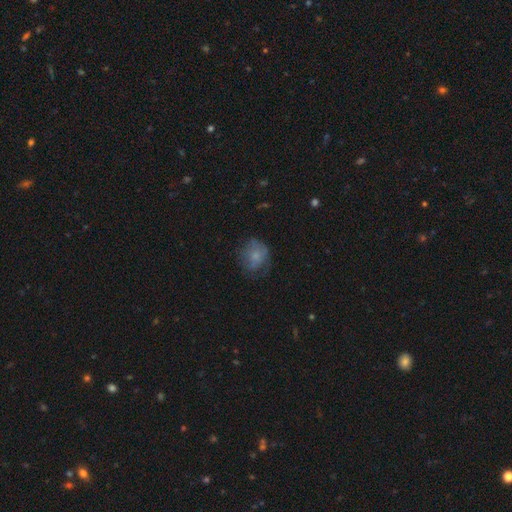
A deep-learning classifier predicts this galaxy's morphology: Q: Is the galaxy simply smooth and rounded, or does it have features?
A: smooth — 66%.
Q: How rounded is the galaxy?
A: round — 69%.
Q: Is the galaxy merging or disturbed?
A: none — 55%.